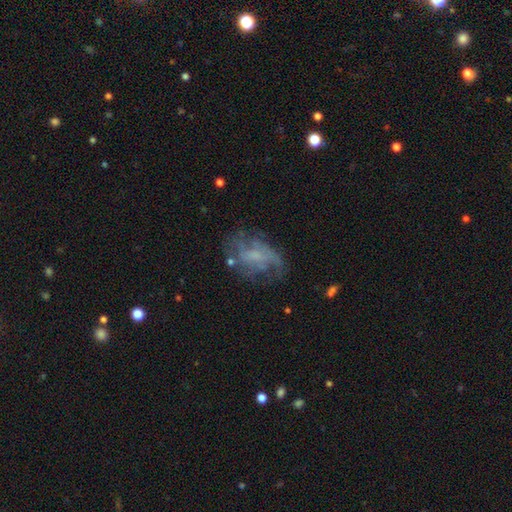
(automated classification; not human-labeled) featured or disk 64%, smooth 24%, star or artifact 12%. Down the decision tree: edge-on disk — no (96%); bar — no (60%); spiral arms — yes (68%); bulge size — none (45%); merging — none (50%).